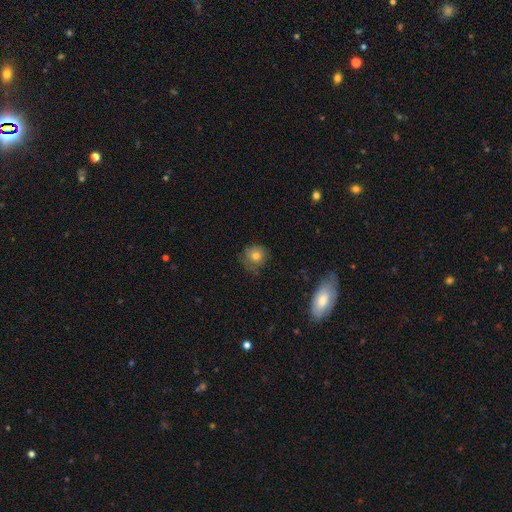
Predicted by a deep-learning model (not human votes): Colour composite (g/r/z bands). It shows a smooth galaxy with no disk features (77%) that is round (89%). Merging: none (71%).